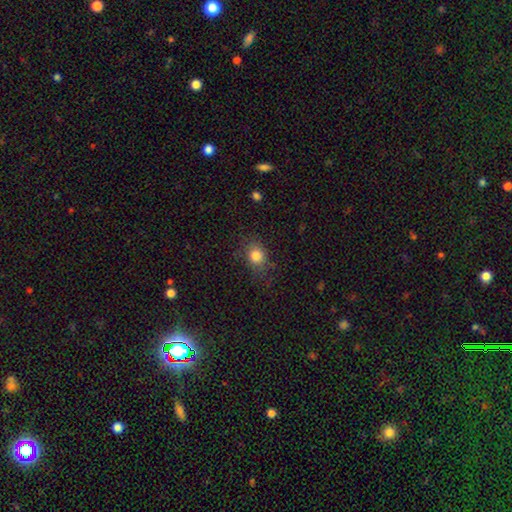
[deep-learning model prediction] smooth-or-featured: smooth: 82% | star or artifact: 11% | featured or disk: 7%
  how-rounded: round: 61% | in between: 38% | cigar-shaped: 1%
  merging: none: 76% | minor disturbance: 16% | major disturbance: 6% | merger: 1%